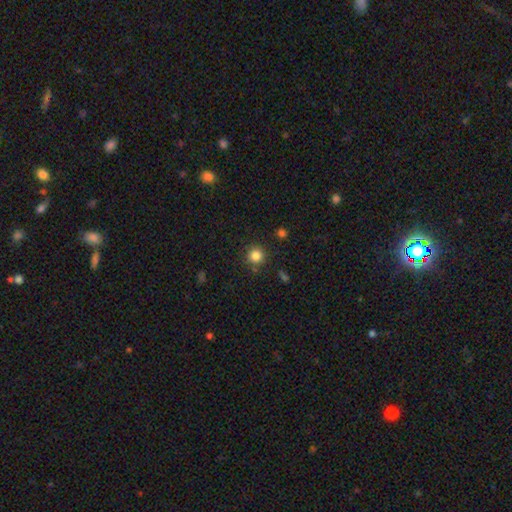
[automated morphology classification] smooth 84%, star or artifact 12%, featured or disk 4%. Down the decision tree: how rounded — round (94%); merging — none (86%).